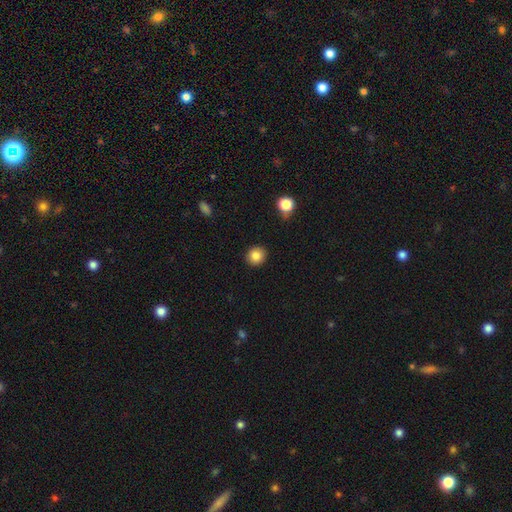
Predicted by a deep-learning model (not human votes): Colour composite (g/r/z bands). It shows a smooth galaxy with no disk features (85%) that is round (88%). Merging: none (90%).